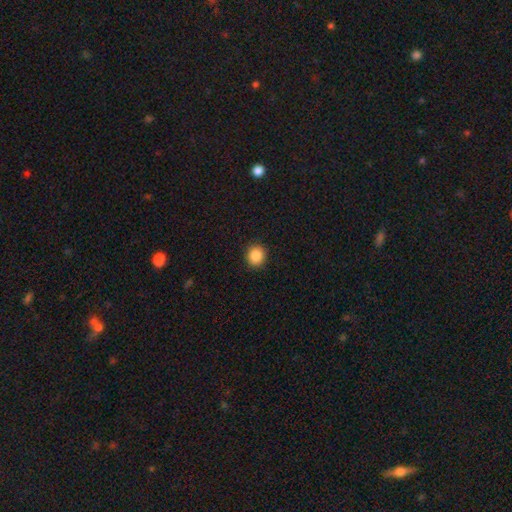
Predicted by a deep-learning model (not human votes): smooth 88%, star or artifact 9%, featured or disk 3%. Down the decision tree: how rounded — round (83%); merging — none (91%).